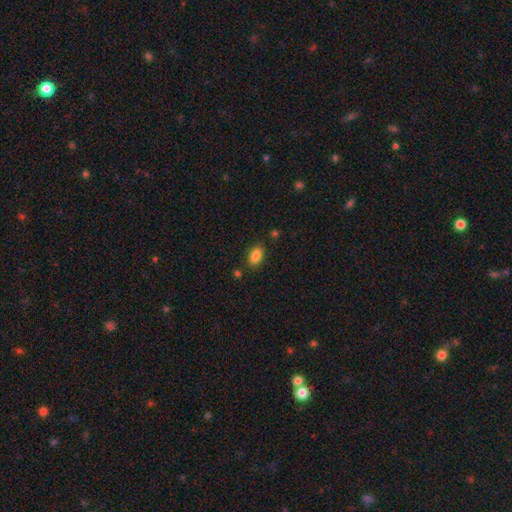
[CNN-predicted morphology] A smooth galaxy with no disk features (86%) that is in between round and cigar-shaped (90%). Merging: none (82%).